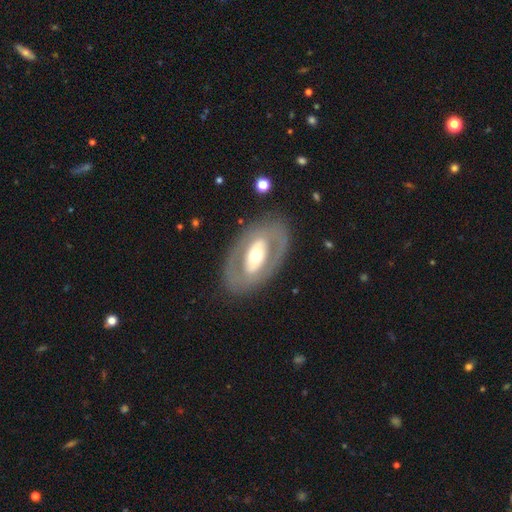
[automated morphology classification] A featured or disk galaxy (65%) with no bar (57%), no spiral arms (81%) and a moderate central bulge (61%).

Vote fractions:
- Smooth or featured? featured or disk: 65% / smooth: 30% / star or artifact: 5%
- Edge-on disk? no: 90% / yes: 10%
- Bar? no: 57% / strong: 22% / weak: 21%
- Spiral arms? no: 81% / yes: 19%
- Bulge size? moderate: 61% / large: 25% / small: 10% / dominant: 3% / none: 1%
- Merging? none: 80% / minor disturbance: 11% / major disturbance: 7% / merger: 1%